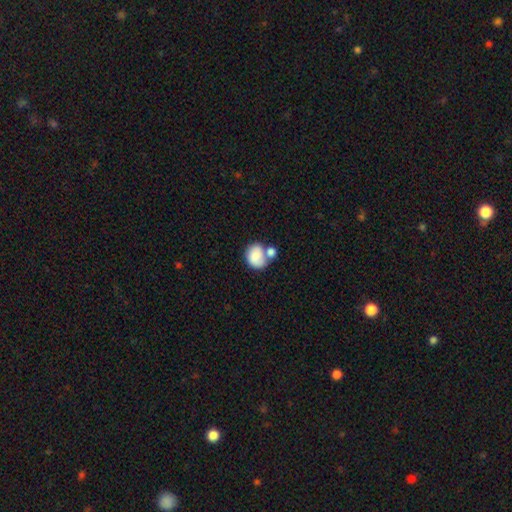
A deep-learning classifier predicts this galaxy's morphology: The model was most divided on "how rounded": round: 57%, in between: 42%, cigar-shaped: 1%. Remaining: smooth or featured — smooth (75%); merging — merger (49%).